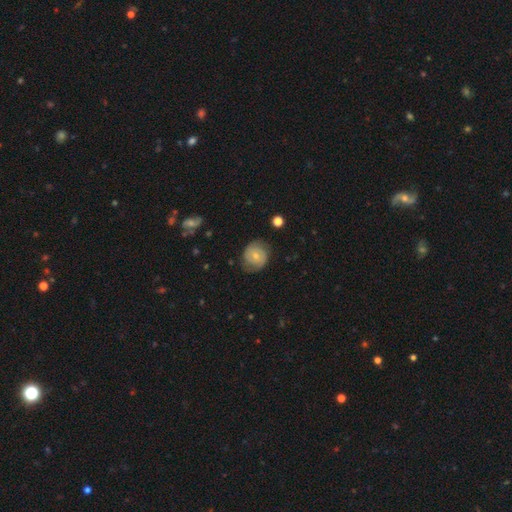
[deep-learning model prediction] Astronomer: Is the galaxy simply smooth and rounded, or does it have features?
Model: featured or disk — 57% (runner-up: smooth, 35%).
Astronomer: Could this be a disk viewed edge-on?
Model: no — 97%.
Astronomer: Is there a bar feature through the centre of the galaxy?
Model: no — 65%.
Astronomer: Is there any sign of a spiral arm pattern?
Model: yes — 84%.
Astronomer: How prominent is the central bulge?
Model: small — 60% (runner-up: moderate, 36%).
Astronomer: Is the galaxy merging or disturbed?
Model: none — 71%.